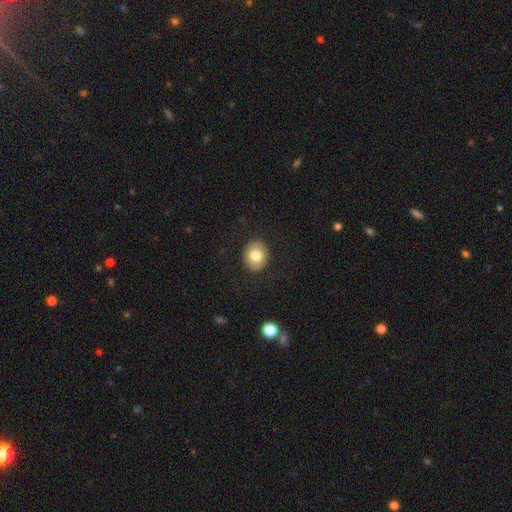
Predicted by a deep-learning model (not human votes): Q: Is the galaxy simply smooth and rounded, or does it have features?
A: smooth — 80%.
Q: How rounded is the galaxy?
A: round — 63%.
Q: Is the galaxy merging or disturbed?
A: none — 89%.